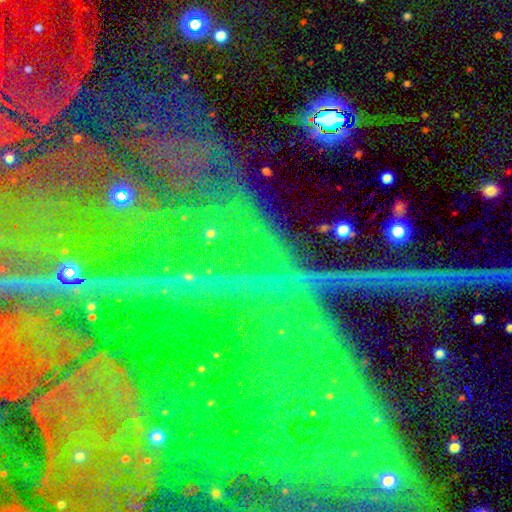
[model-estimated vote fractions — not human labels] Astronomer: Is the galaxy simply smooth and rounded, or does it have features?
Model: star or artifact — 85%.